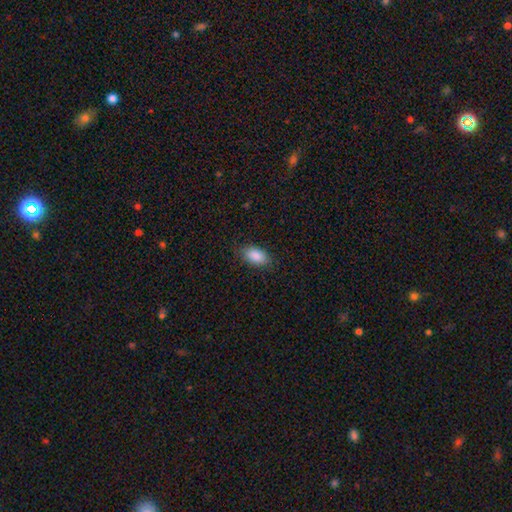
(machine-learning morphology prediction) This is clearly a smooth galaxy (89%). How rounded: clearly in between (93%). Merging: clearly none (85%).